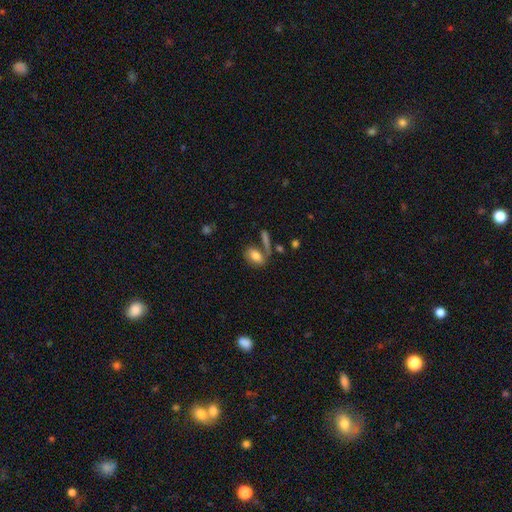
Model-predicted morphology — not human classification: The model was most divided on "merging": none: 58%, merger: 20%, minor disturbance: 14%, major disturbance: 7%. More confident: how rounded — in between (86%); smooth or featured — smooth (77%).